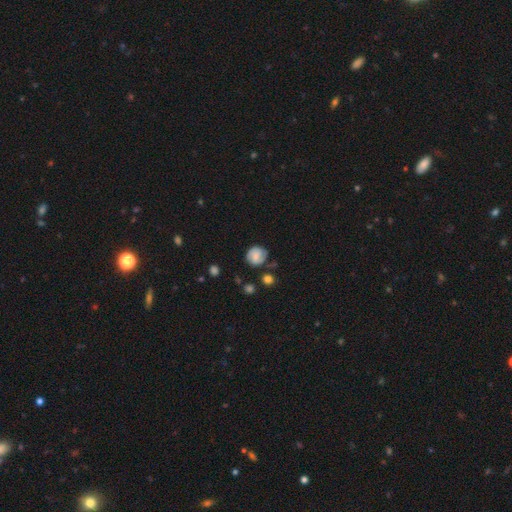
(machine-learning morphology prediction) Q: Smooth or featured?
A: featured or disk (47%); runner-up: smooth (44%)
Q: Merging?
A: none (67%); runner-up: minor disturbance (21%)